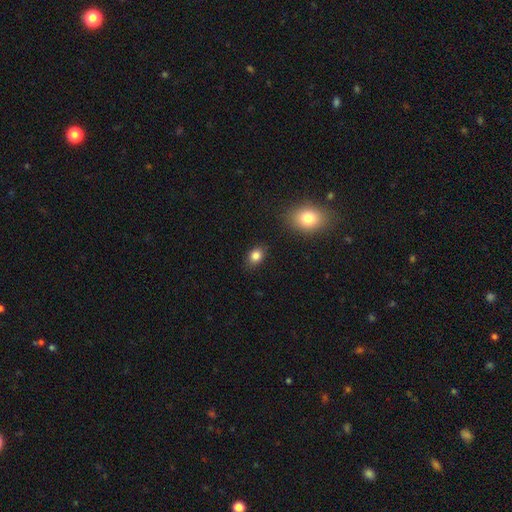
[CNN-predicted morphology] This is clearly a smooth galaxy (83%). How rounded: likely in between (68%). Merging: clearly none (84%).